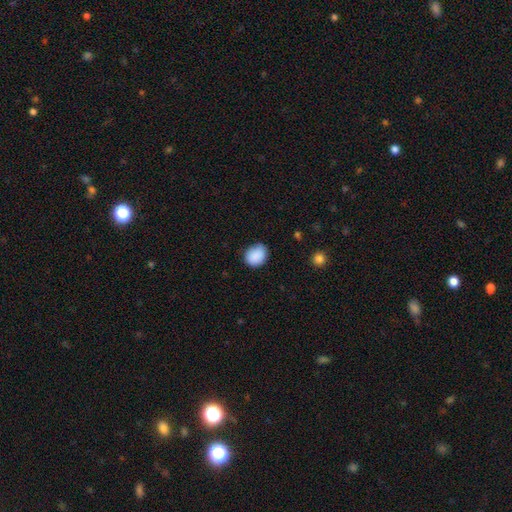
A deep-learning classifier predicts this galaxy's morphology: Smooth or featured? Predicted: smooth (p=0.89). How rounded? Predicted: round (p=0.57). Merging? Predicted: none (p=0.79).